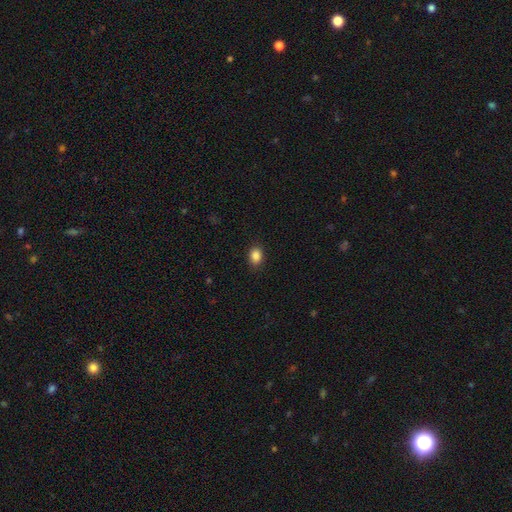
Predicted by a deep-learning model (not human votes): Smooth or featured: smooth — 87% (star or artifact — 9%)
How rounded: in between — 67% (round — 32%)
Merging: none — 88% (minor disturbance — 9%)